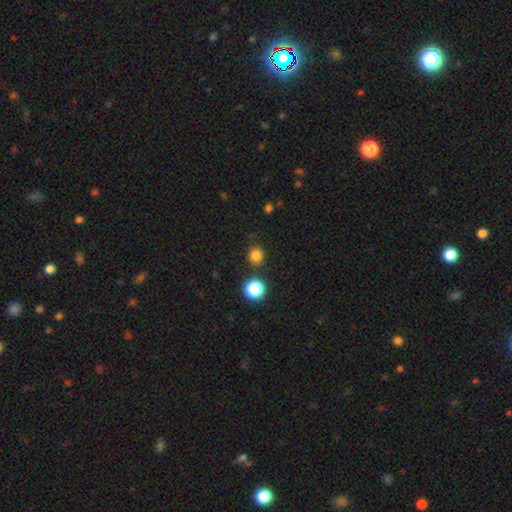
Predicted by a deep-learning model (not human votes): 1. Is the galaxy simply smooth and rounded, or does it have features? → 80% smooth, 16% star or artifact, 4% featured or disk.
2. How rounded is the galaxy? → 88% round, 11% in between, 1% cigar-shaped.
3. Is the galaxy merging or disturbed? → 84% none, 9% minor disturbance, 4% merger, 3% major disturbance.